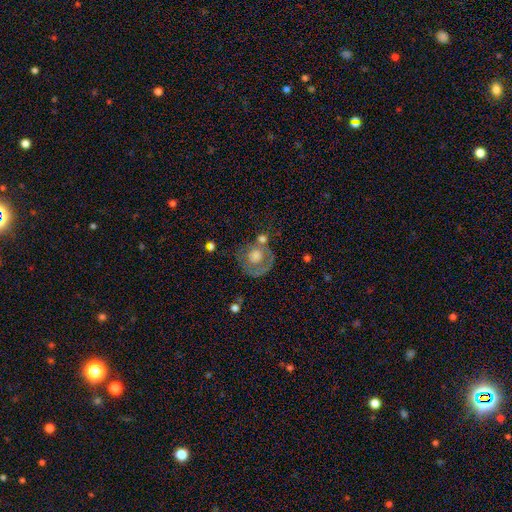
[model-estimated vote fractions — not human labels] Overall: featured or disk (49%; smooth 42%). Merging: none (49%; minor disturbance 19%).